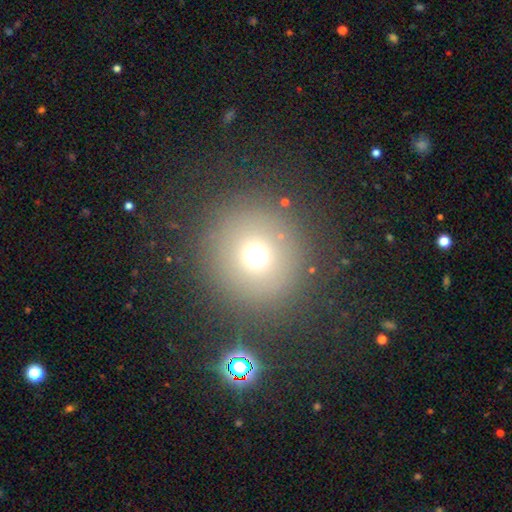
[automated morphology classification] This appears to be a smooth galaxy with no disk features (65%) that is round (92%). Merging: none (84%).